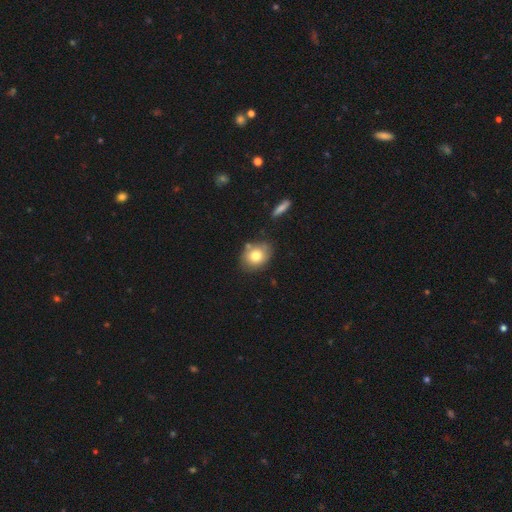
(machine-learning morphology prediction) smooth 77%, featured or disk 14%, star or artifact 9%. Down the decision tree: how rounded — round (53%); merging — none (72%).